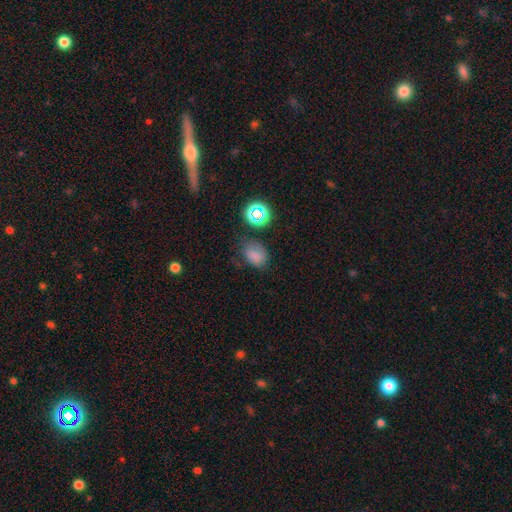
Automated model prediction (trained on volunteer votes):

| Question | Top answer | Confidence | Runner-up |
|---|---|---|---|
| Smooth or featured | smooth | 71% | star or artifact (20%) |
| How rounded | in between | 69% | round (30%) |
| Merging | none | 57% | minor disturbance (27%) |